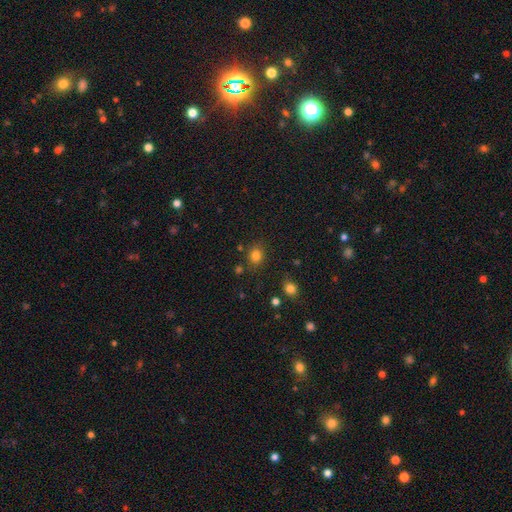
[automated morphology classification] Overall: smooth (81%). How rounded: round (70%; in between 30%). Merging: none (81%).